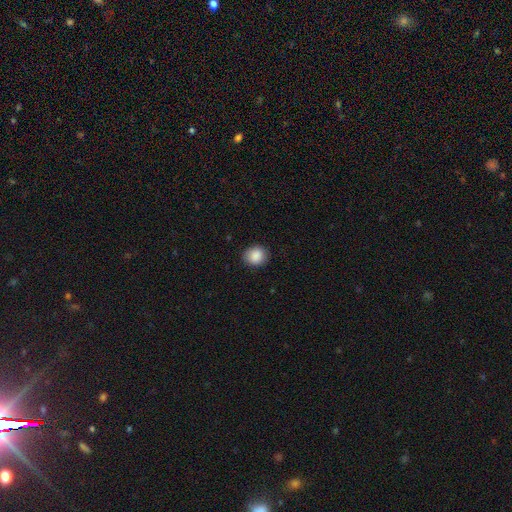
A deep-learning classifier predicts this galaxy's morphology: smooth_or_featured: smooth (p=0.89) [alt: star or artifact p=0.08]
how_rounded: round (p=0.70) [alt: in between p=0.29]
merging: none (p=0.86) [alt: minor disturbance p=0.11]